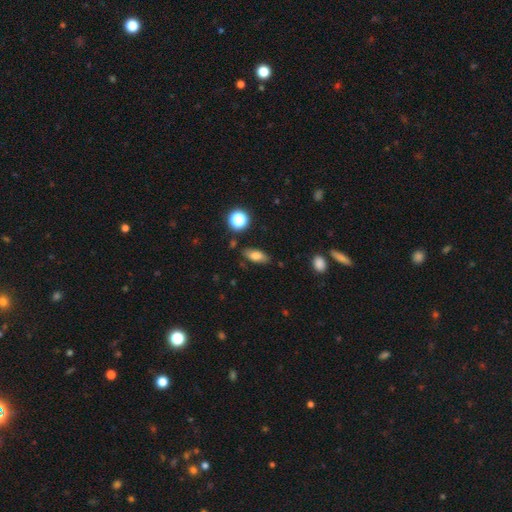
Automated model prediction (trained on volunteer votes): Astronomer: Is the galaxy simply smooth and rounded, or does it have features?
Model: smooth — 76%.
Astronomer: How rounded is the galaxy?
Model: in between — 80%.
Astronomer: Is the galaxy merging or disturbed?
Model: none — 81%.